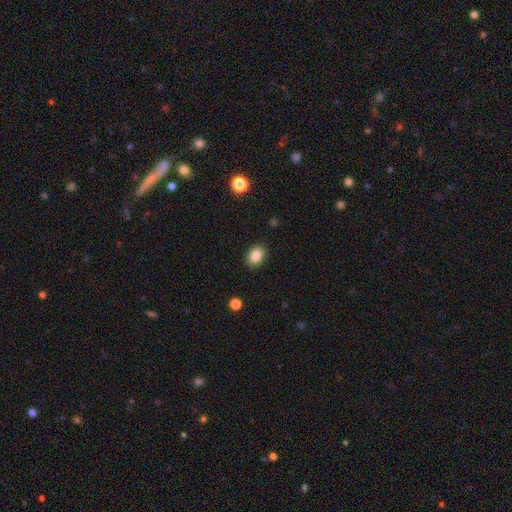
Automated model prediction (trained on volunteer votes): A smooth galaxy with no disk features (85%) that is in between round and cigar-shaped (74%).

Vote fractions:
- Smooth or featured? smooth: 85% / star or artifact: 9% / featured or disk: 6%
- How rounded? in between: 74% / round: 25% / cigar-shaped: 1%
- Merging? none: 89% / minor disturbance: 8% / major disturbance: 2% / merger: 1%